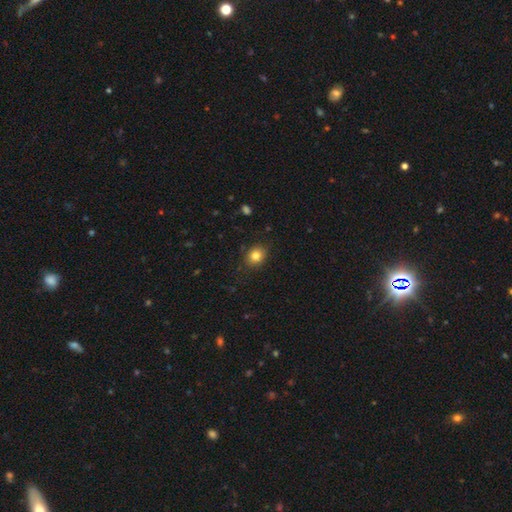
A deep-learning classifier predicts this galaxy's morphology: The model was most divided on "how rounded": round: 66%, in between: 34%, cigar-shaped: 1%. More confident: merging — none (86%); smooth or featured — smooth (83%).